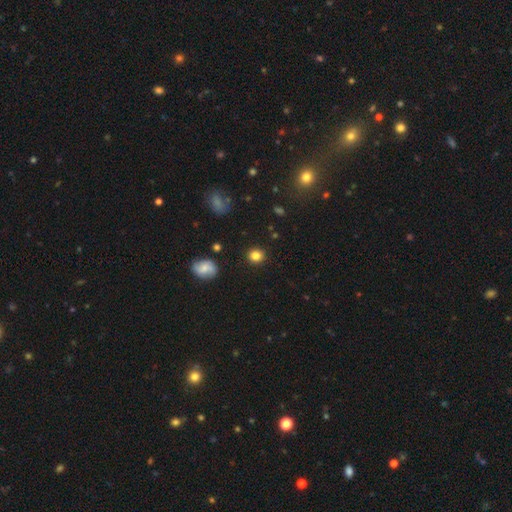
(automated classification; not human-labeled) Smooth or featured? Predicted: smooth (p=0.83). How rounded? Predicted: round (p=0.87). Merging? Predicted: none (p=0.90).